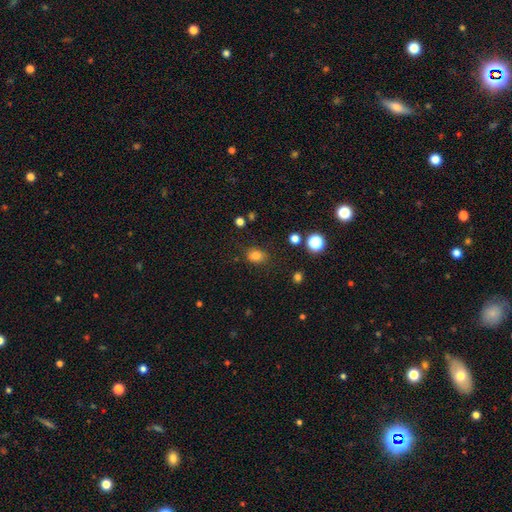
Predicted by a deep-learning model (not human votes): This is clearly a smooth galaxy (80%). How rounded: possibly in between (57%). Merging: clearly none (81%).